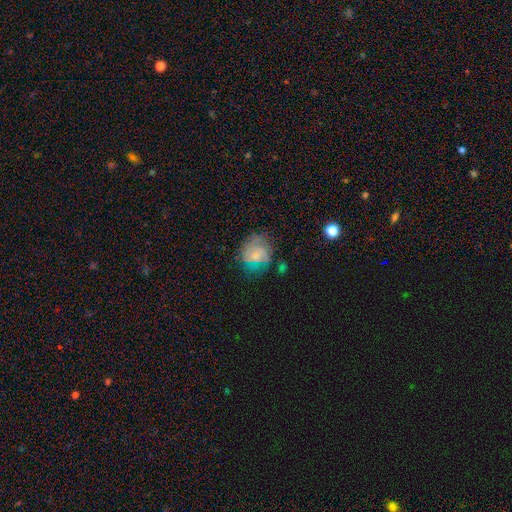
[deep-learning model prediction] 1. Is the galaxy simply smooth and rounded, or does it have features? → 49% smooth, 40% featured or disk, 11% star or artifact.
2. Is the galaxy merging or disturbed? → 53% none, 27% minor disturbance, 17% major disturbance, 4% merger.